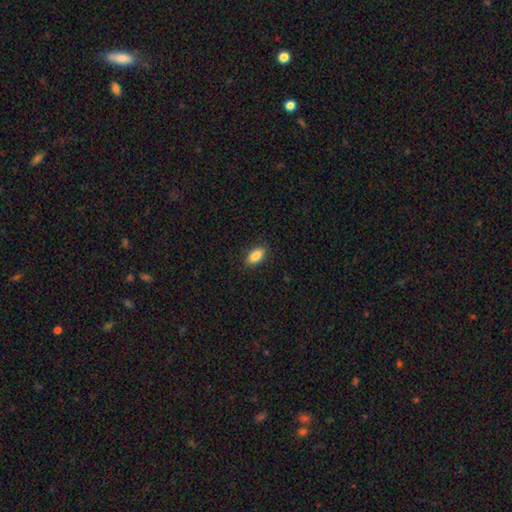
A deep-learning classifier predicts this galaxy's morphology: Q: Smooth or featured?
A: smooth (87%); runner-up: star or artifact (7%)
Q: How rounded?
A: in between (90%); runner-up: cigar-shaped (5%)
Q: Merging?
A: none (88%); runner-up: minor disturbance (9%)